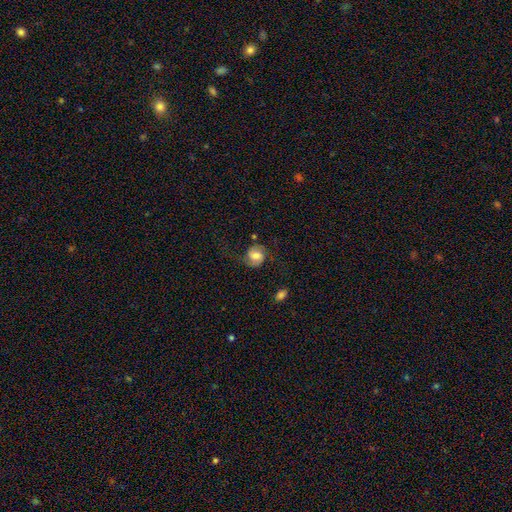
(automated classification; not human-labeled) Smooth or featured? Predicted: smooth (p=0.47). Merging? Predicted: none (p=0.63).